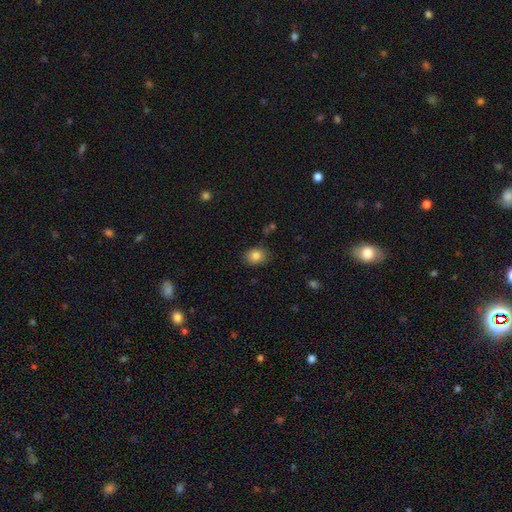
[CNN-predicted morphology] smooth-or-featured: smooth: 84% | star or artifact: 10% | featured or disk: 7%
  how-rounded: in between: 54% | round: 45% | cigar-shaped: 1%
  merging: none: 83% | minor disturbance: 13% | major disturbance: 3% | merger: 2%